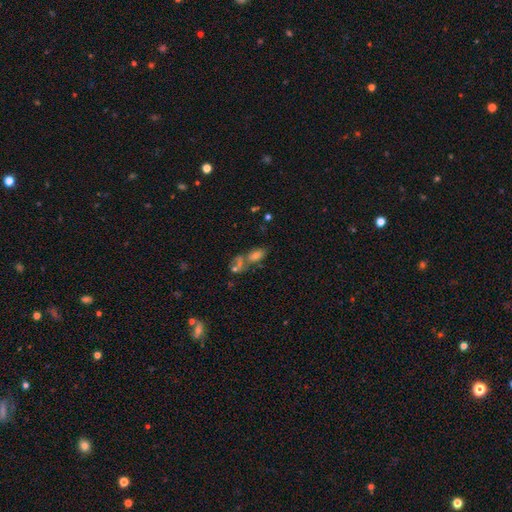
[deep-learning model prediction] smooth-or-featured: smooth: 65% | featured or disk: 19% | star or artifact: 16%
  how-rounded: in between: 87% | cigar-shaped: 7% | round: 6%
  merging: merger: 40% | none: 39% | minor disturbance: 12% | major disturbance: 8%